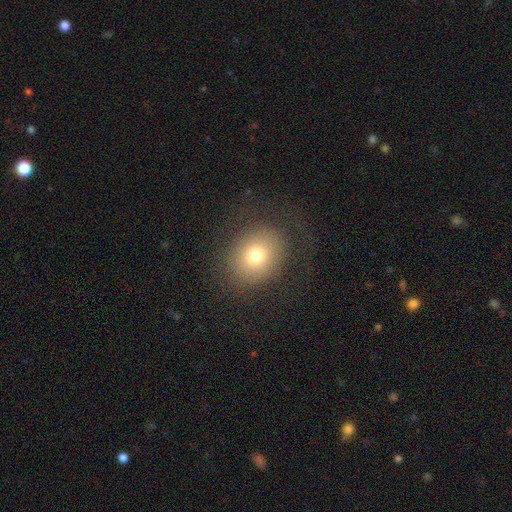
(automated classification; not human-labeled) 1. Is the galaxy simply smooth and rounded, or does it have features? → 72% smooth, 16% featured or disk, 12% star or artifact.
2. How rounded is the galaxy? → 63% round, 36% in between, 1% cigar-shaped.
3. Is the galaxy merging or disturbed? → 74% none, 13% minor disturbance, 13% major disturbance, 1% merger.